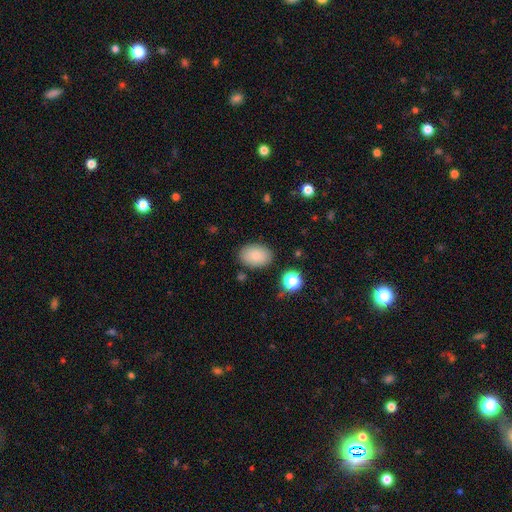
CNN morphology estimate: smooth 83%, featured or disk 9%, star or artifact 8%. Down the decision tree: how rounded — in between (84%); merging — none (84%).